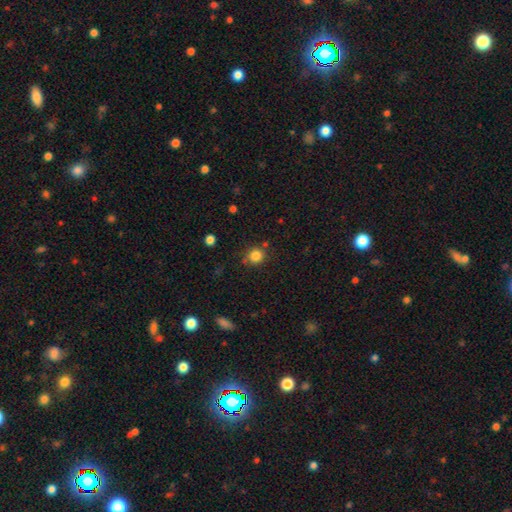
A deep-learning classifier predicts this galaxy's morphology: The model was most divided on "merging": none: 75%, minor disturbance: 15%, merger: 6%, major disturbance: 4%. More confident: how rounded — round (84%); smooth or featured — smooth (83%).